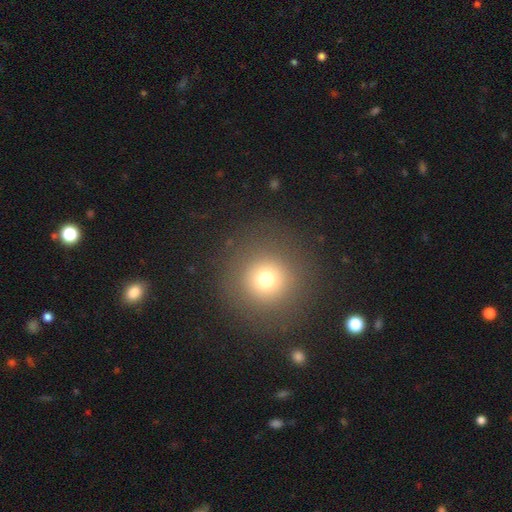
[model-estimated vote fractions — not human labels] Smooth or featured?
  - smooth: 69% *
  - star or artifact: 21%
  - featured or disk: 10%
How rounded?
  - round: 95% *
  - in between: 4%
  - cigar-shaped: 1%
Merging?
  - none: 89% *
  - minor disturbance: 6%
  - major disturbance: 3%
  - merger: 1%